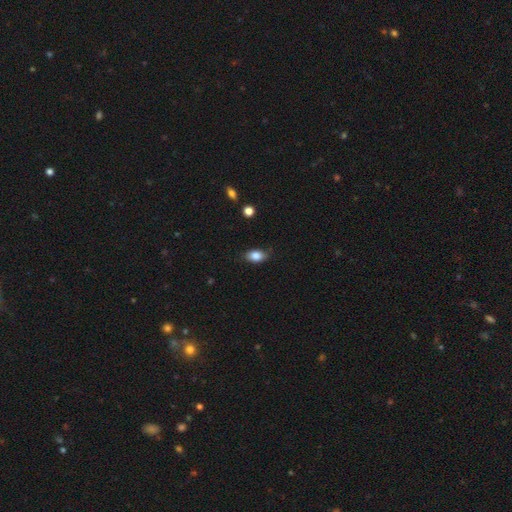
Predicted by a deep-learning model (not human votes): smooth-or-featured: smooth: 85% | star or artifact: 8% | featured or disk: 7%
  how-rounded: in between: 88% | round: 9% | cigar-shaped: 3%
  merging: none: 80% | minor disturbance: 16% | major disturbance: 3% | merger: 1%